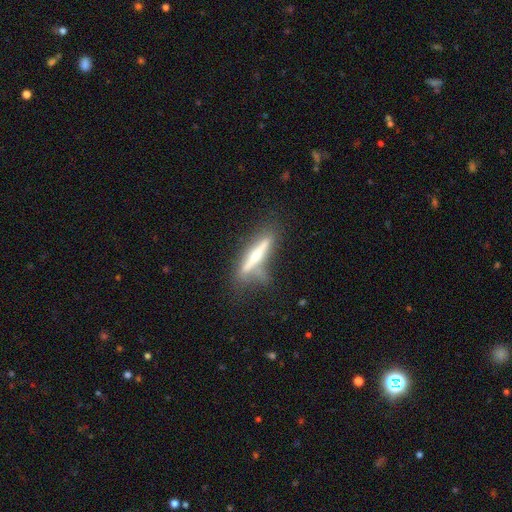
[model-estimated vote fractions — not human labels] smooth_or_featured: featured or disk (p=0.59) [alt: smooth p=0.34]
disk_edge_on: yes (p=0.91) [alt: no p=0.09]
edge_on_bulge: rounded (p=0.67) [alt: none p=0.23]
merging: none (p=0.61) [alt: minor disturbance p=0.21]